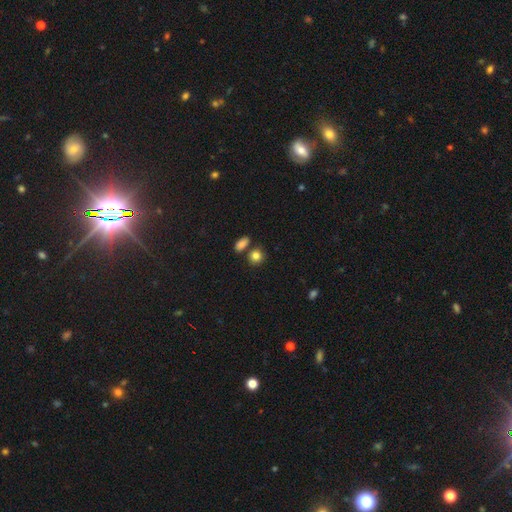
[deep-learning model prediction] smooth 84%, star or artifact 10%, featured or disk 6%. Down the decision tree: how rounded — round (71%); merging — none (68%).